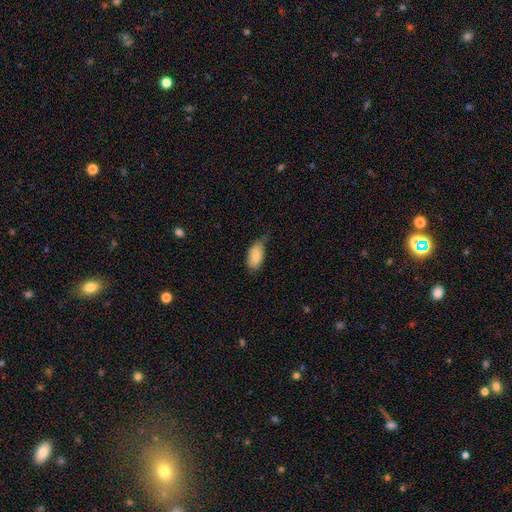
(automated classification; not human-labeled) Smooth or featured? Predicted: smooth (p=0.84). How rounded? Predicted: in between (p=0.94). Merging? Predicted: minor disturbance (p=0.45).